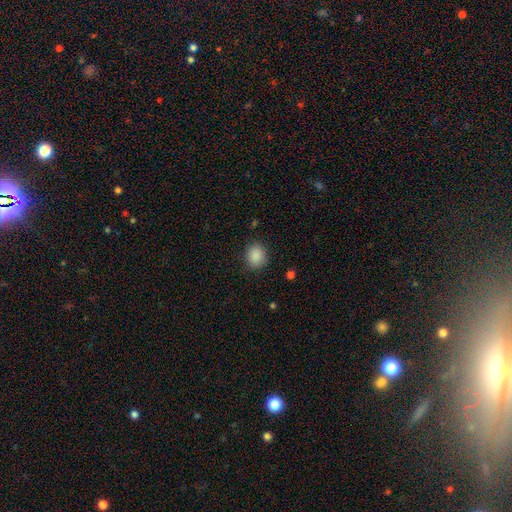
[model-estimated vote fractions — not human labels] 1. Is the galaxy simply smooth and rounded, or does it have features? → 88% smooth, 9% star or artifact, 3% featured or disk.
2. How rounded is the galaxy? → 69% round, 31% in between, 1% cigar-shaped.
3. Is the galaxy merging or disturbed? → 86% none, 10% minor disturbance, 3% major disturbance, 1% merger.